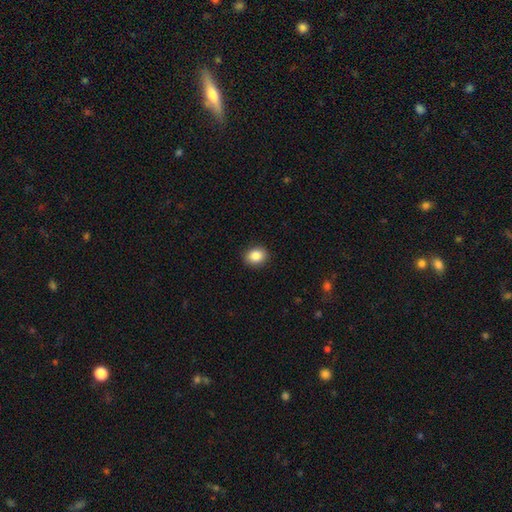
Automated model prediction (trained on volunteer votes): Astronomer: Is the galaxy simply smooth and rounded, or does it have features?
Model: smooth — 87%.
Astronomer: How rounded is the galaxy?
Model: round — 53% (runner-up: in between, 46%).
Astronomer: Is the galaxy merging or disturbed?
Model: none — 90%.